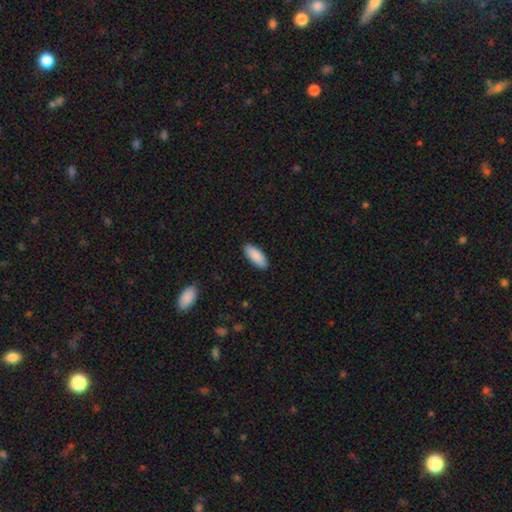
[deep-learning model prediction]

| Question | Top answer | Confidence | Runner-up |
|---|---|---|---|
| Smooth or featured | smooth | 90% | star or artifact (5%) |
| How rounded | in between | 79% | cigar-shaped (20%) |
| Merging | none | 90% | minor disturbance (8%) |